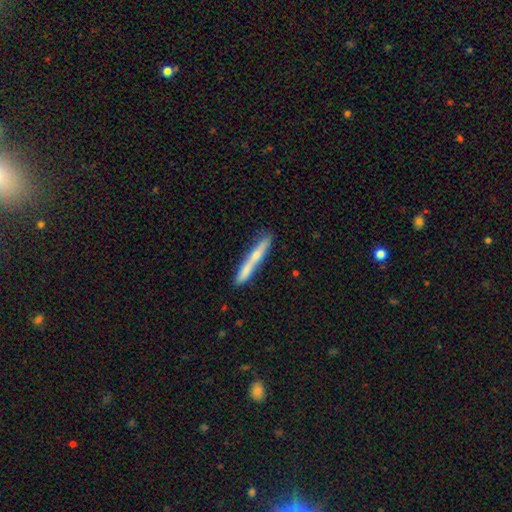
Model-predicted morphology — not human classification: smooth_or_featured: smooth (p=0.48) [alt: featured or disk p=0.46]
merging: none (p=0.80) [alt: minor disturbance p=0.14]